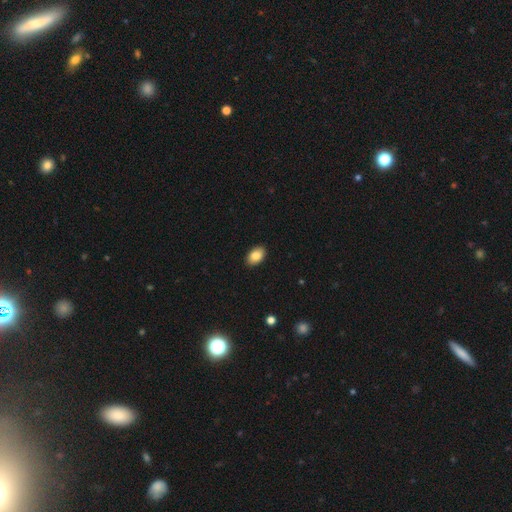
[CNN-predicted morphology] This is clearly a smooth galaxy (86%). How rounded: clearly in between (90%). Merging: clearly none (91%).